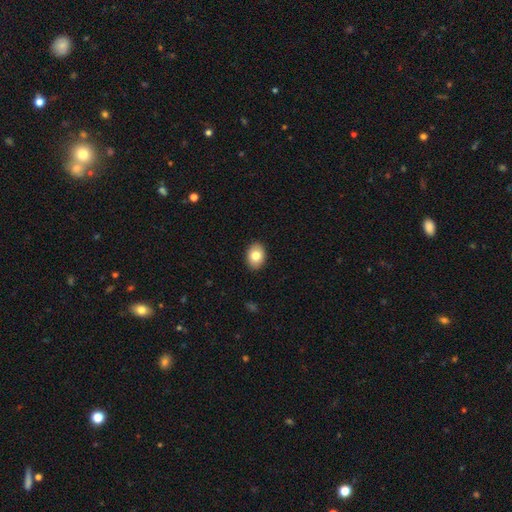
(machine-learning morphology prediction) A smooth galaxy with no disk features (81%) that is in between round and cigar-shaped (72%).

Vote fractions:
- Smooth or featured? smooth: 81% / featured or disk: 11% / star or artifact: 8%
- How rounded? in between: 72% / round: 27% / cigar-shaped: 1%
- Merging? none: 90% / minor disturbance: 7% / major disturbance: 2% / merger: 1%